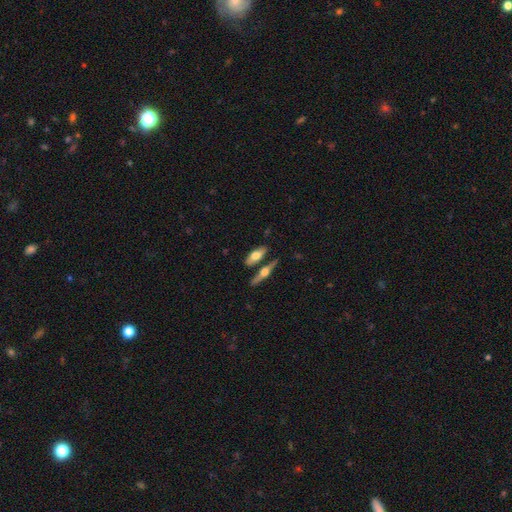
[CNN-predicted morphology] type=smooth (48%); merging=none (67%).